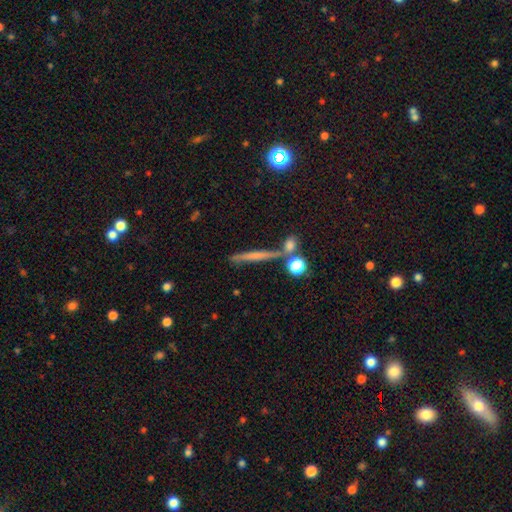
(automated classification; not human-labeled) smooth-or-featured: smooth: 46% | featured or disk: 42% | star or artifact: 12%
  merging: none: 71% | merger: 14% | minor disturbance: 11% | major disturbance: 4%